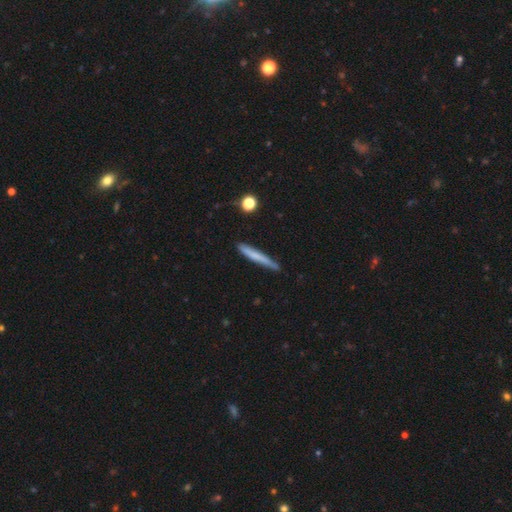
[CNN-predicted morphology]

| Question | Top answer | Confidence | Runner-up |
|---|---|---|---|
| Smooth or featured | smooth | 64% | featured or disk (30%) |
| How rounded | cigar-shaped | 96% | in between (3%) |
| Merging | none | 77% | minor disturbance (18%) |